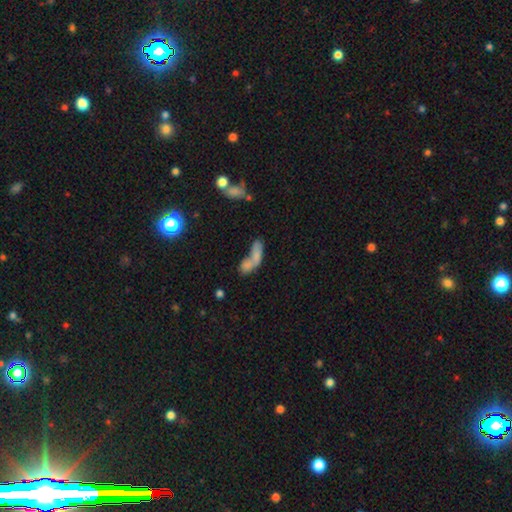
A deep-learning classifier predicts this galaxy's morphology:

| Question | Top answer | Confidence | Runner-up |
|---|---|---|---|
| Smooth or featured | smooth | 69% | featured or disk (21%) |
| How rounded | in between | 69% | cigar-shaped (24%) |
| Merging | merger | 67% | none (17%) |